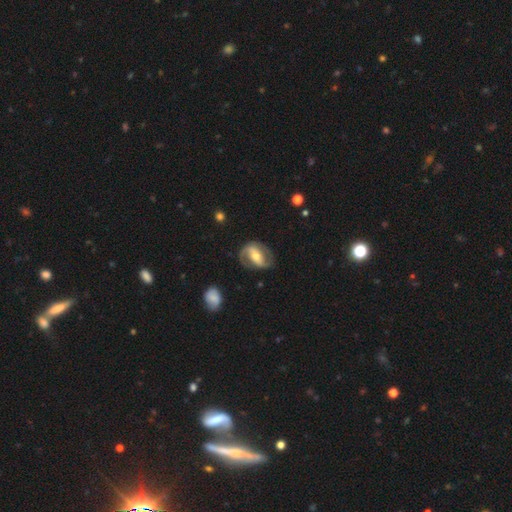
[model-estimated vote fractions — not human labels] Overall: featured or disk (81%). Edge-on disk: no (96%). Bar: strong (52%; weak 29%). Spiral arms: yes (89%). Spiral arm count: 2 (86%). Spiral winding: medium (47%; tight 28%). Bulge size: moderate (61%; small 31%). Merging: none (75%).